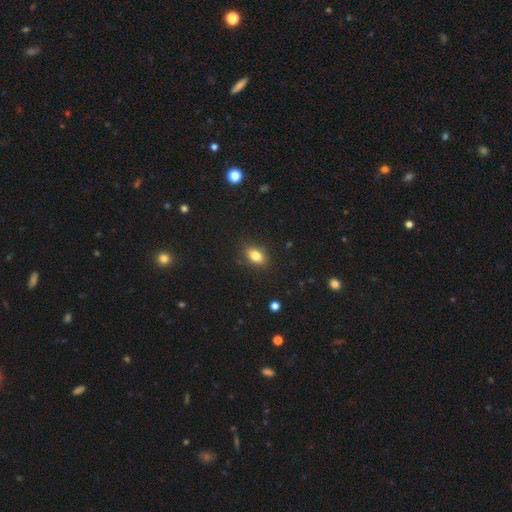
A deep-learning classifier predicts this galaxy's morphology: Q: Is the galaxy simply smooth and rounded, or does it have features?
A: smooth — 81%.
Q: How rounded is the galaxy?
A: in between — 84%.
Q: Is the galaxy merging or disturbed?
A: none — 86%.